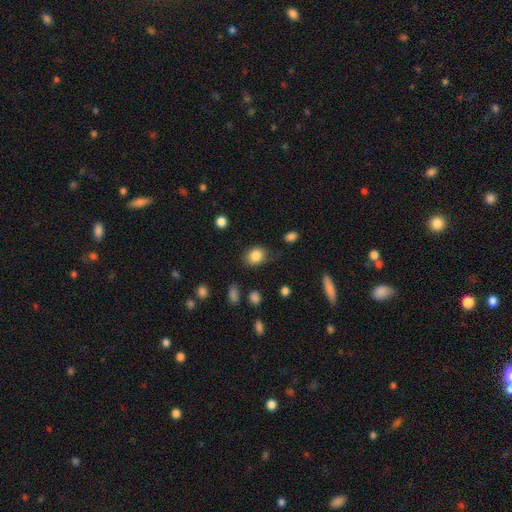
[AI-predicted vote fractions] Smooth or featured? smooth (85%)
How rounded? in between (51%)
Merging? none (76%)